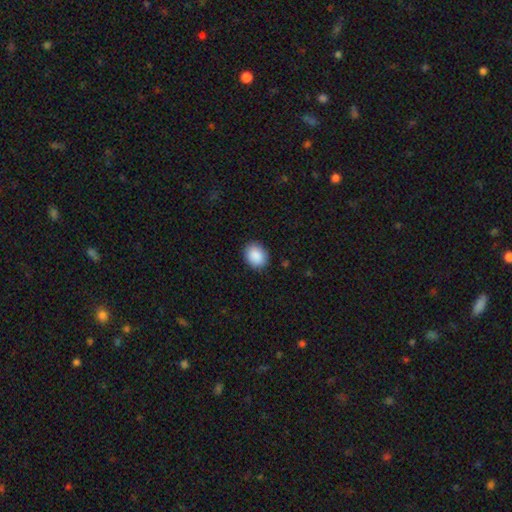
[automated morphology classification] Smooth or featured?
  - smooth: 90% *
  - star or artifact: 7%
  - featured or disk: 3%
How rounded?
  - in between: 50% *
  - round: 49%
  - cigar-shaped: 1%
Merging?
  - none: 88% *
  - minor disturbance: 9%
  - major disturbance: 2%
  - merger: 1%